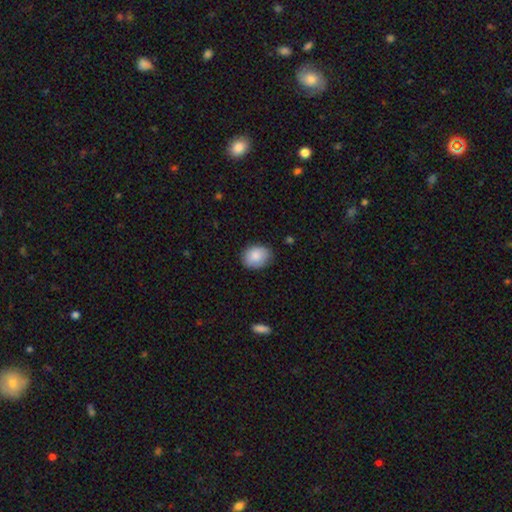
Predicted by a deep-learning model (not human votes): Q: Smooth or featured?
A: smooth (87%); runner-up: featured or disk (7%)
Q: How rounded?
A: in between (65%); runner-up: round (34%)
Q: Merging?
A: none (82%); runner-up: minor disturbance (15%)